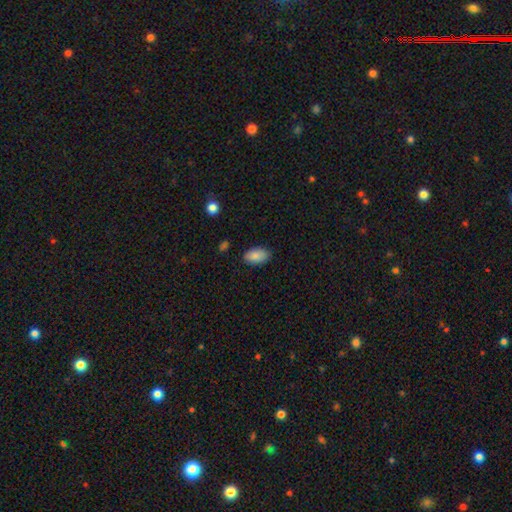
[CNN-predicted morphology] Overall: smooth (87%). How rounded: in between (94%). Merging: none (85%).